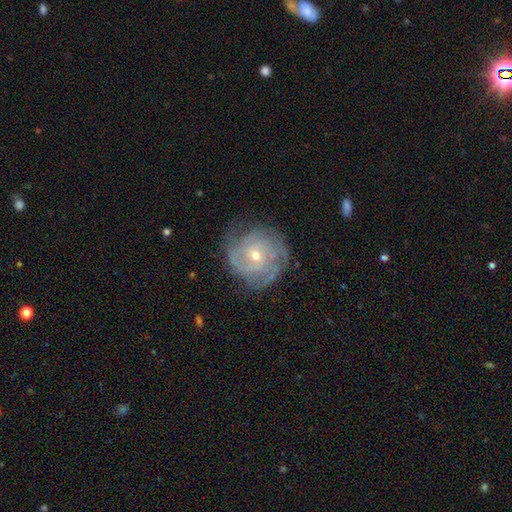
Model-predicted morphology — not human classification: Smooth or featured: featured or disk — 82% (smooth — 11%)
Edge-on disk: no — 97% (yes — 3%)
Bar: no — 72% (weak — 23%)
Spiral arms: yes — 93% (no — 7%)
Spiral winding: tight — 68% (medium — 25%)
Spiral arm count: can't tell — 37% (3 — 21%)
Bulge size: small — 61% (moderate — 36%)
Merging: none — 72% (minor disturbance — 18%)